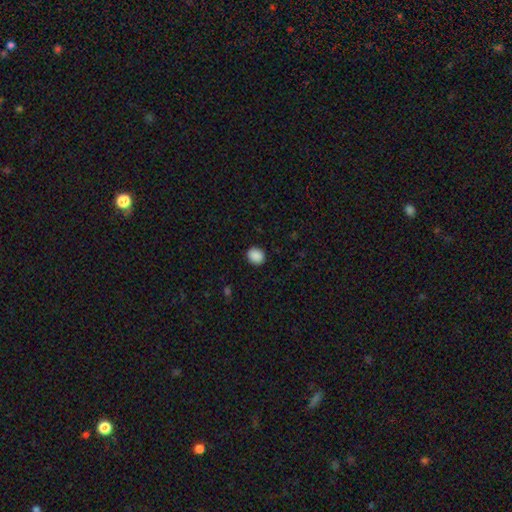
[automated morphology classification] smooth-or-featured: smooth: 89% | star or artifact: 8% | featured or disk: 3%
  how-rounded: round: 66% | in between: 33% | cigar-shaped: 1%
  merging: none: 89% | minor disturbance: 7% | major disturbance: 2% | merger: 1%